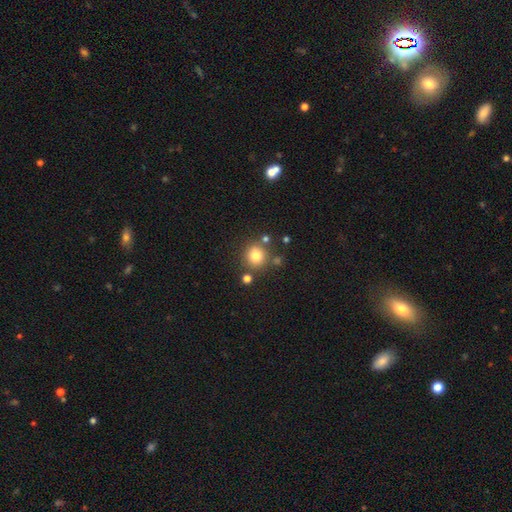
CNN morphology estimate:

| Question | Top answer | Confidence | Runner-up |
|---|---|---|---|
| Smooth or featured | smooth | 78% | star or artifact (13%) |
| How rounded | round | 89% | in between (10%) |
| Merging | none | 77% | minor disturbance (10%) |